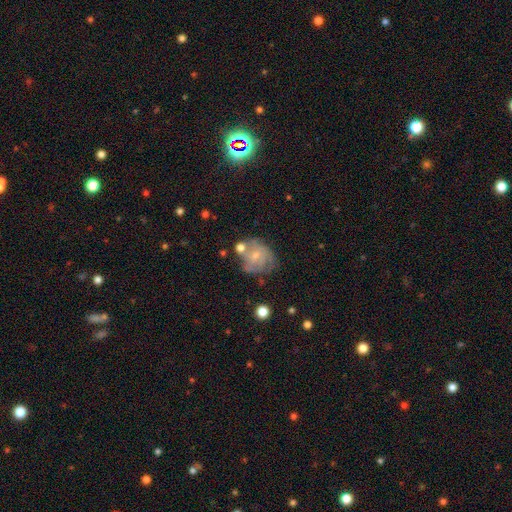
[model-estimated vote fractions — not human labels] Overall: featured or disk (61%; smooth 30%). Edge-on disk: no (98%). Bar: no (65%; weak 31%). Spiral arms: yes (73%). Bulge size: small (64%; moderate 28%). Merging: none (44%; minor disturbance 24%).